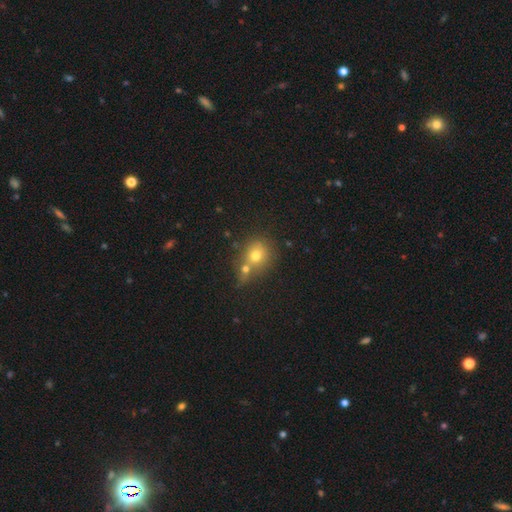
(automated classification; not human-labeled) Smooth or featured?
  - smooth: 70% *
  - star or artifact: 16%
  - featured or disk: 14%
How rounded?
  - round: 78% *
  - in between: 20%
  - cigar-shaped: 1%
Merging?
  - none: 47% *
  - merger: 40%
  - minor disturbance: 9%
  - major disturbance: 4%